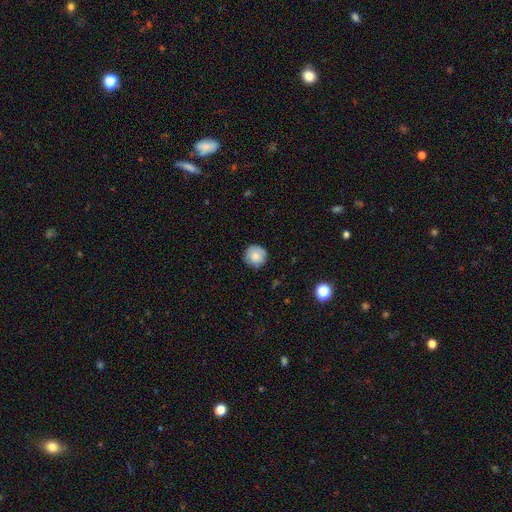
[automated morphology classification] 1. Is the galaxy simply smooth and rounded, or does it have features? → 79% smooth, 13% featured or disk, 8% star or artifact.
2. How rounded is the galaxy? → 94% round, 5% in between, 1% cigar-shaped.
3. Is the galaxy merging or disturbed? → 80% none, 15% minor disturbance, 3% major disturbance, 1% merger.